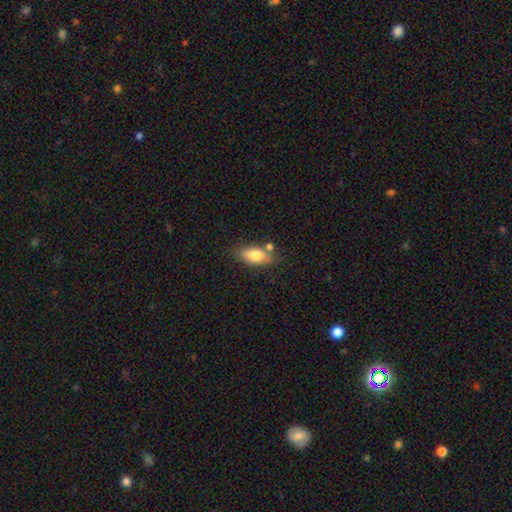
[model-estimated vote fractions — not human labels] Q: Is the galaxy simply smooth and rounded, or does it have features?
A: smooth — 75%.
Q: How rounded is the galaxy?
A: in between — 81%.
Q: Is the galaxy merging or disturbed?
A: none — 68%.